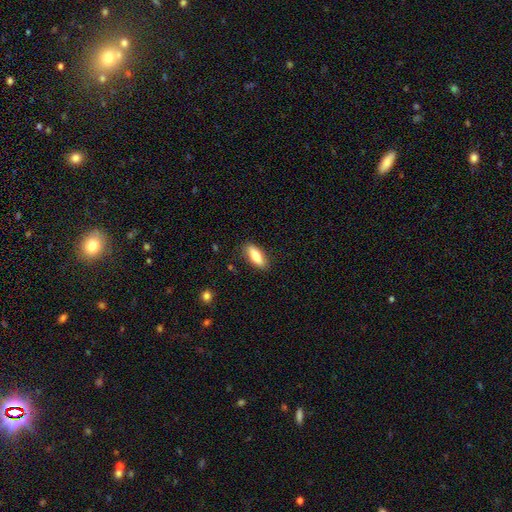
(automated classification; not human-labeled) Q: Smooth or featured?
A: smooth (80%); runner-up: featured or disk (13%)
Q: How rounded?
A: in between (69%); runner-up: cigar-shaped (29%)
Q: Merging?
A: none (83%); runner-up: minor disturbance (13%)